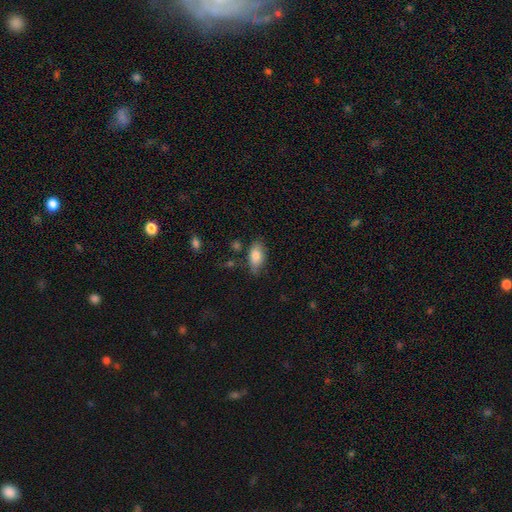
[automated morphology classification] Smooth or featured? smooth (81%)
How rounded? in between (90%)
Merging? none (68%)